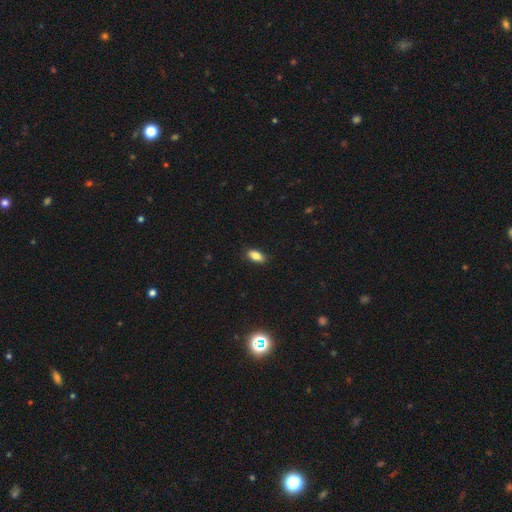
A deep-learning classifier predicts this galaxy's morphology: This is clearly a smooth galaxy (83%). How rounded: clearly in between (87%). Merging: clearly none (86%).